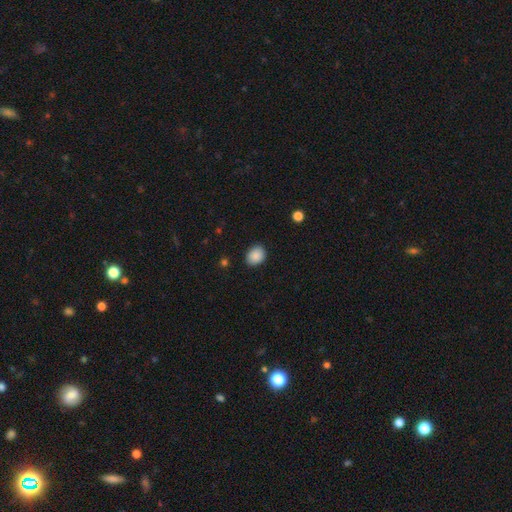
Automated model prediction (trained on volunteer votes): A smooth galaxy with no disk features (88%) that is in between round and cigar-shaped (51%). Merging: none (88%).